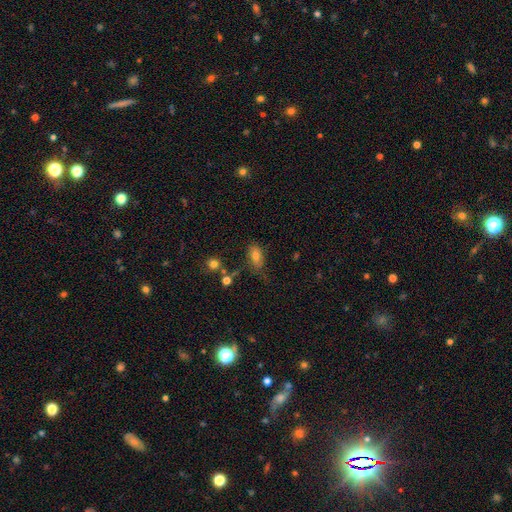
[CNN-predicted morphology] smooth 74%, featured or disk 14%, star or artifact 12%. Down the decision tree: how rounded — in between (87%); merging — none (57%).